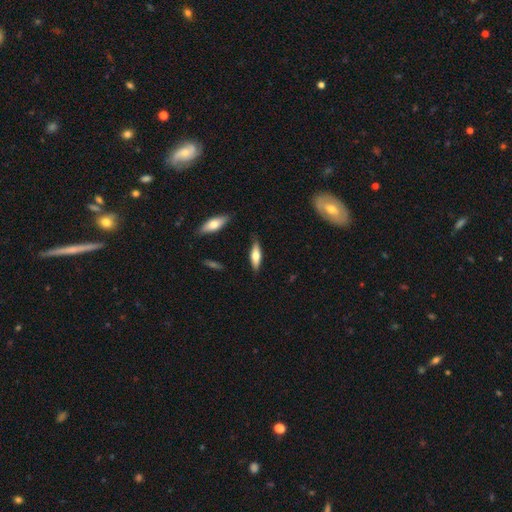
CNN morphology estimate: Overall: smooth (57%; featured or disk 37%). How rounded: cigar-shaped (53%; in between 45%). Merging: none (84%).